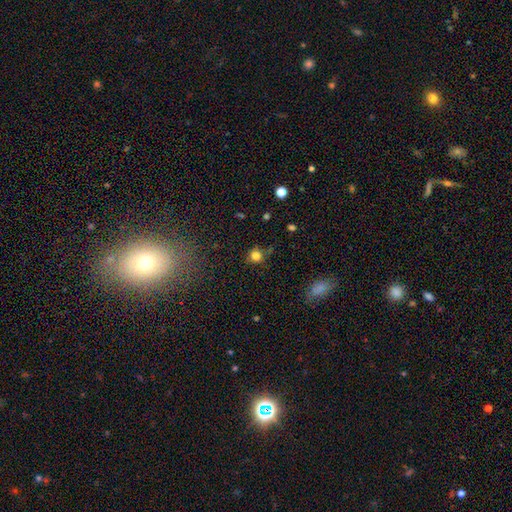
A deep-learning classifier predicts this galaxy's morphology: Smooth or featured? Predicted: smooth (p=0.79). How rounded? Predicted: round (p=0.87). Merging? Predicted: none (p=0.73).